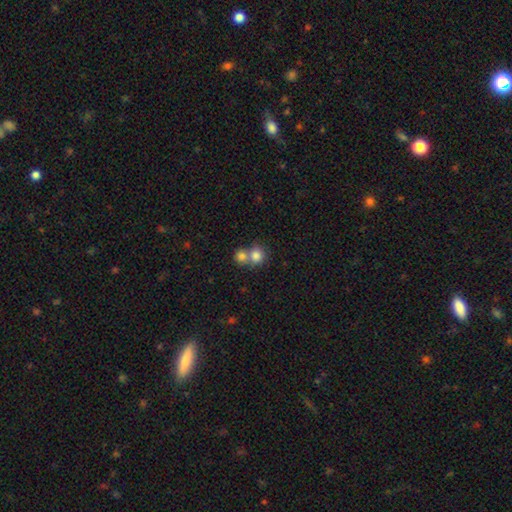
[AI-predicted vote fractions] smooth-or-featured: smooth: 80% | star or artifact: 10% | featured or disk: 10%
  how-rounded: round: 85% | in between: 14% | cigar-shaped: 1%
  merging: merger: 53% | none: 39% | minor disturbance: 6% | major disturbance: 2%